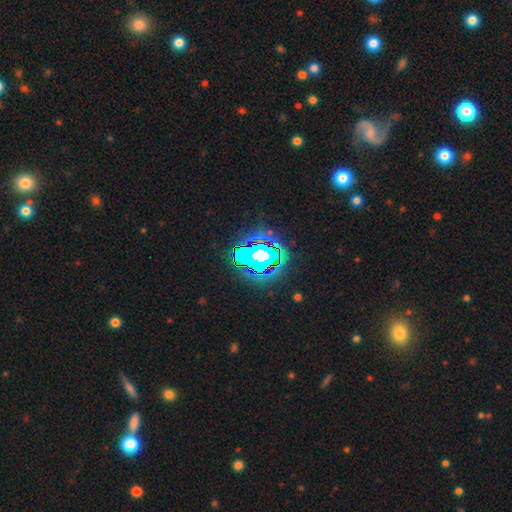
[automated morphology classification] type=star or artifact (61%).